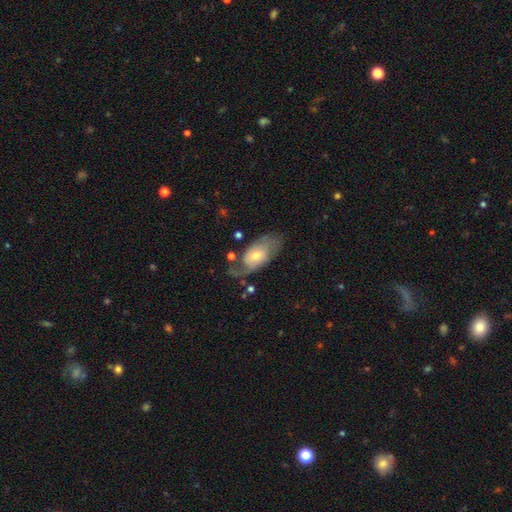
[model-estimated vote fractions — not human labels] smooth-or-featured: featured or disk: 63% | smooth: 30% | star or artifact: 7%
  disk-edge-on: no: 92% | yes: 8%
    bar: no: 64% | weak: 30% | strong: 6%
    has-spiral-arms: yes: 82% | no: 18%
    bulge-size: moderate: 54% | small: 36% | large: 7% | none: 2% | dominant: 1%
  merging: none: 49% | minor disturbance: 24% | major disturbance: 22% | merger: 5%